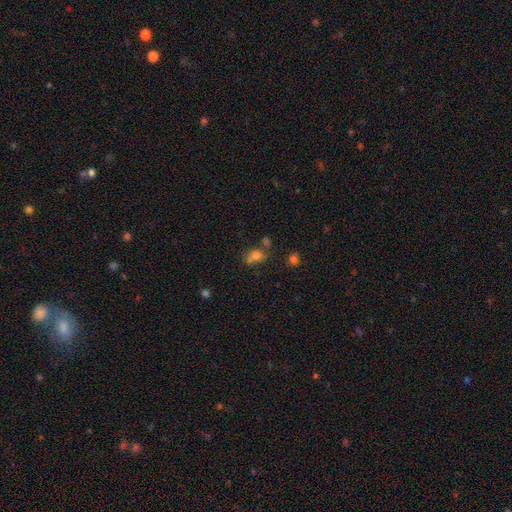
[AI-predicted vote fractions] smooth-or-featured: smooth: 70% | star or artifact: 17% | featured or disk: 13%
  how-rounded: in between: 52% | round: 46% | cigar-shaped: 2%
  merging: none: 44% | merger: 33% | minor disturbance: 15% | major disturbance: 8%